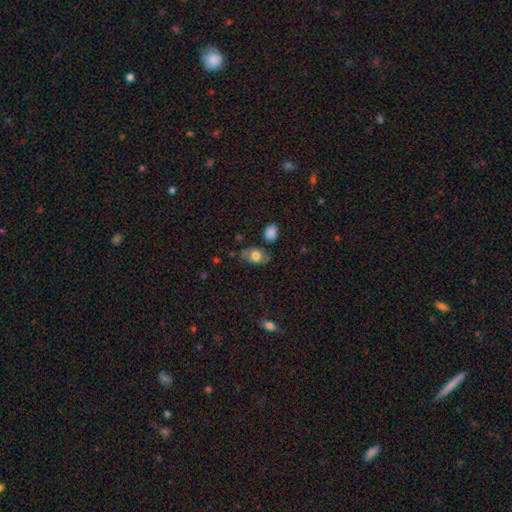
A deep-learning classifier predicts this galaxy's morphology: A smooth galaxy with no disk features (70%) that is in between round and cigar-shaped (84%). Merging: none (70%).